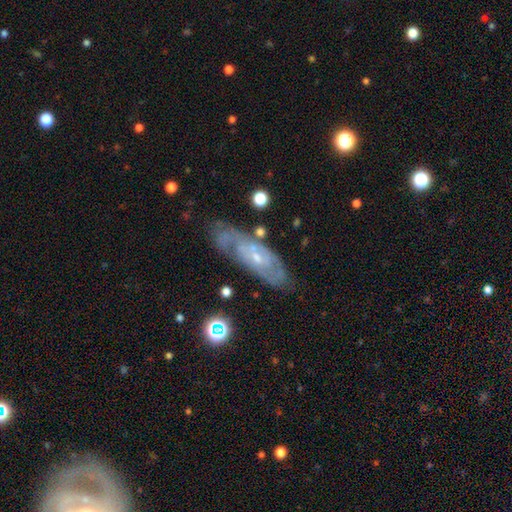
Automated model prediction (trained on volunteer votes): Smooth or featured? Predicted: featured or disk (p=0.78). Edge-on disk? Predicted: no (p=0.86). Bar? Predicted: no (p=0.56). Spiral arms? Predicted: yes (p=0.85). Spiral winding? Predicted: tight (p=0.60). Spiral arm count? Predicted: can't tell (p=0.48). Bulge size? Predicted: small (p=0.68). Merging? Predicted: none (p=0.66).